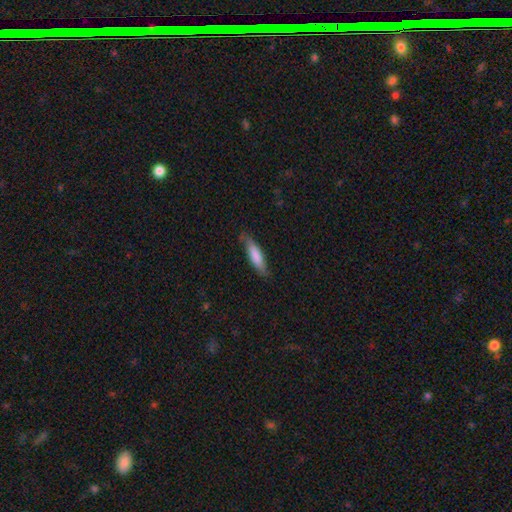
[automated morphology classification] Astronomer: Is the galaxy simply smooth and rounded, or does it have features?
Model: smooth — 79%.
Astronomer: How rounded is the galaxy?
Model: cigar-shaped — 66%.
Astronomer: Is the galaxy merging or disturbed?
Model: none — 72%.